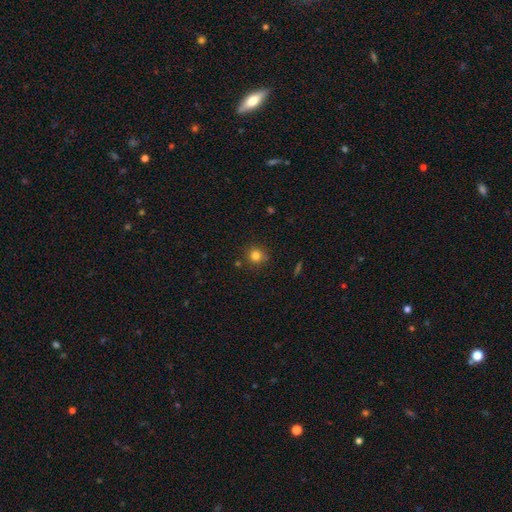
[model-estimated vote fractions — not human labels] Smooth or featured: smooth — 80% (star or artifact — 13%)
How rounded: round — 92% (in between — 7%)
Merging: none — 82% (minor disturbance — 11%)